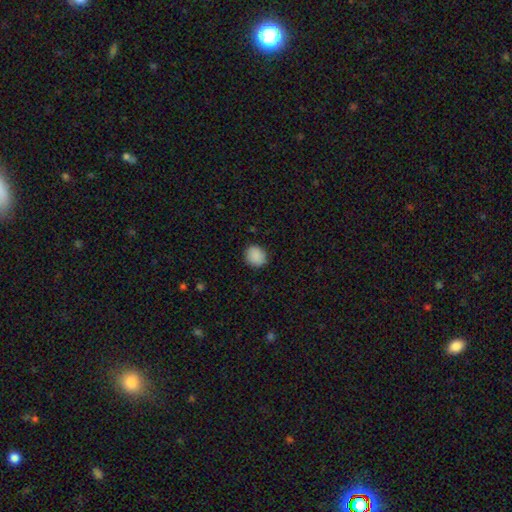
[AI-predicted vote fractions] A smooth galaxy with no disk features (89%) that is round (76%).

Vote fractions:
- Smooth or featured? smooth: 89% / star or artifact: 8% / featured or disk: 3%
- How rounded? round: 76% / in between: 23% / cigar-shaped: 1%
- Merging? none: 87% / minor disturbance: 10% / major disturbance: 2% / merger: 1%